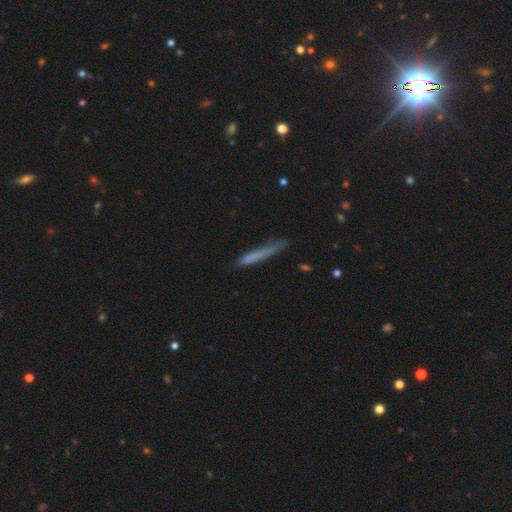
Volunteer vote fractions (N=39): Smooth or featured?
  - smooth: 74% *
  - featured or disk: 18%
  - star or artifact: 8%
How rounded?
  - cigar-shaped: 100% *
  - round: 0%
  - in between: 0%
Merging?
  - none: 67% *
  - minor disturbance: 33%
  - major disturbance: 0%
  - merger: 0%